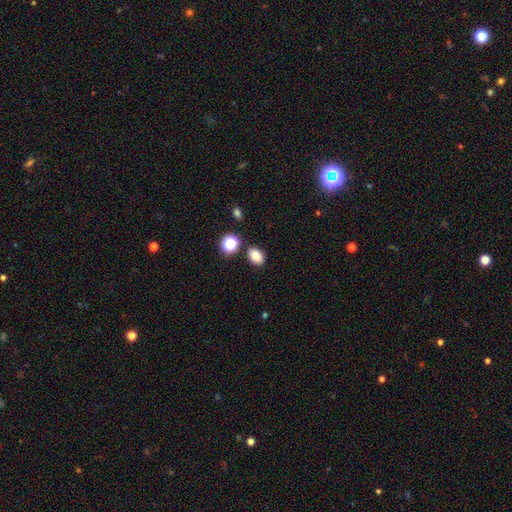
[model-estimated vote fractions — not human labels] Overall: smooth (83%). How rounded: in between (71%). Merging: none (81%).